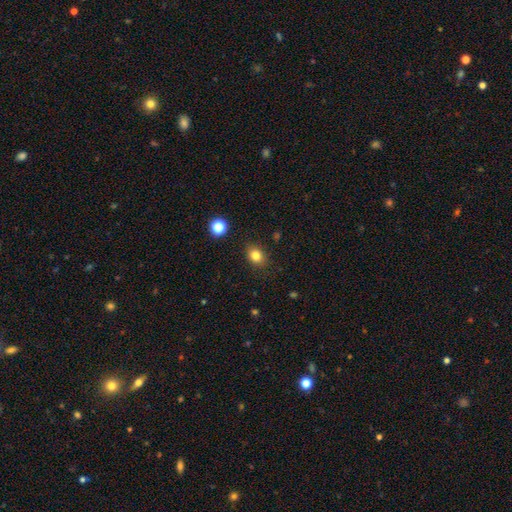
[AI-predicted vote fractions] Smooth or featured?
  - smooth: 81% *
  - star or artifact: 12%
  - featured or disk: 7%
How rounded?
  - in between: 57% *
  - round: 42%
  - cigar-shaped: 1%
Merging?
  - none: 85% *
  - minor disturbance: 11%
  - major disturbance: 3%
  - merger: 2%